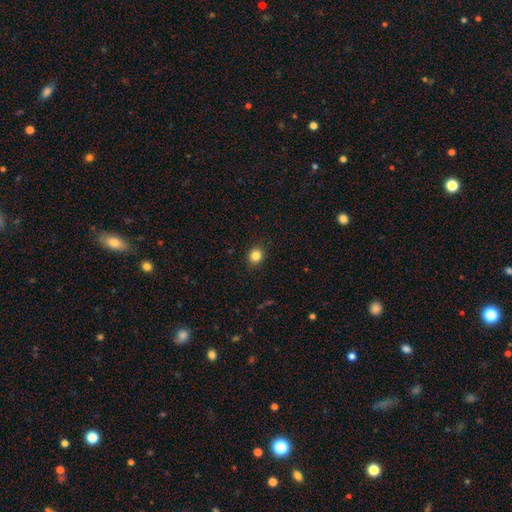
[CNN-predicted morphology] smooth_or_featured: smooth (p=0.84) [alt: star or artifact p=0.12]
how_rounded: round (p=0.82) [alt: in between p=0.17]
merging: none (p=0.91) [alt: minor disturbance p=0.06]